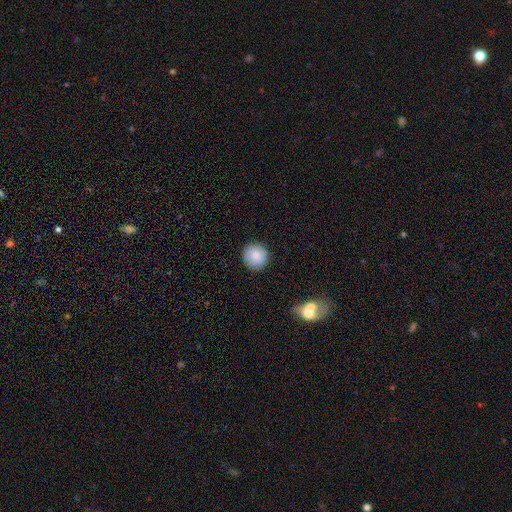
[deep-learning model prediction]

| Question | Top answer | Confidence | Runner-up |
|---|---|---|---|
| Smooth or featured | smooth | 85% | star or artifact (8%) |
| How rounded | round | 94% | in between (5%) |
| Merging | none | 90% | minor disturbance (7%) |